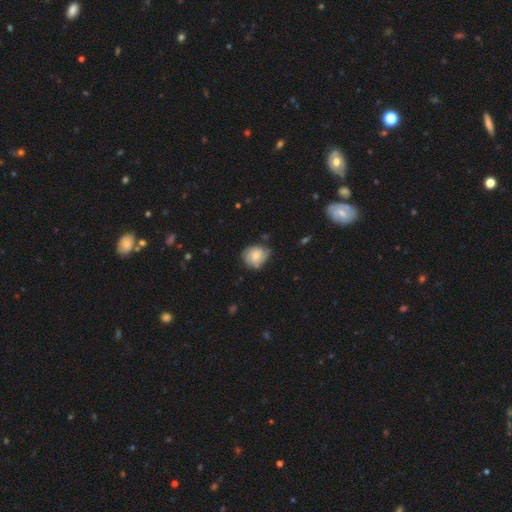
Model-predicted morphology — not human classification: Smooth or featured? Predicted: smooth (p=0.49). Merging? Predicted: none (p=0.58).